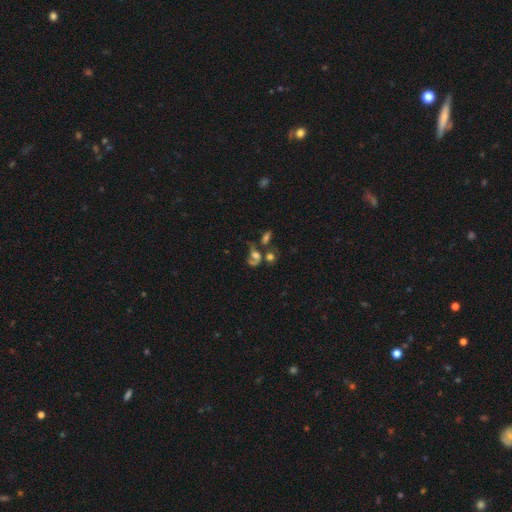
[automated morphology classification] featured or disk 52%, smooth 33%, star or artifact 15%. Down the decision tree: edge-on disk — no (95%); merging — merger (40%).